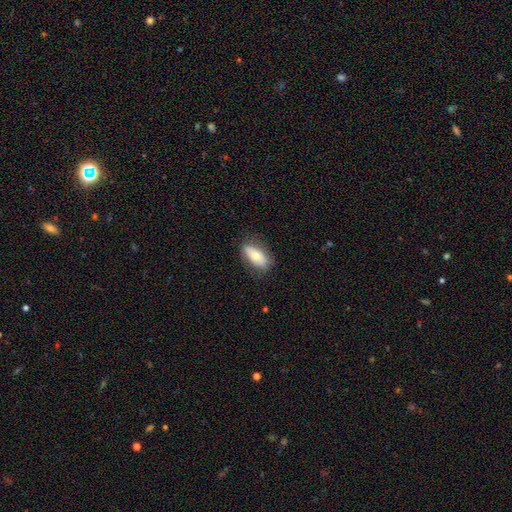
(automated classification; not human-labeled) A smooth galaxy with no disk features (66%) that is in between round and cigar-shaped (86%). Merging: none (78%).